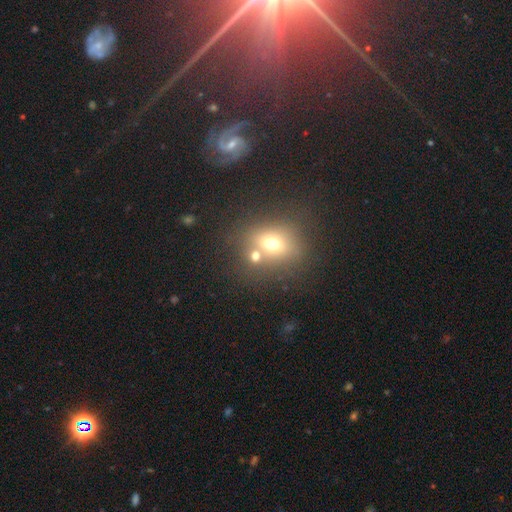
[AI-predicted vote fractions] Smooth or featured? star or artifact (45%)